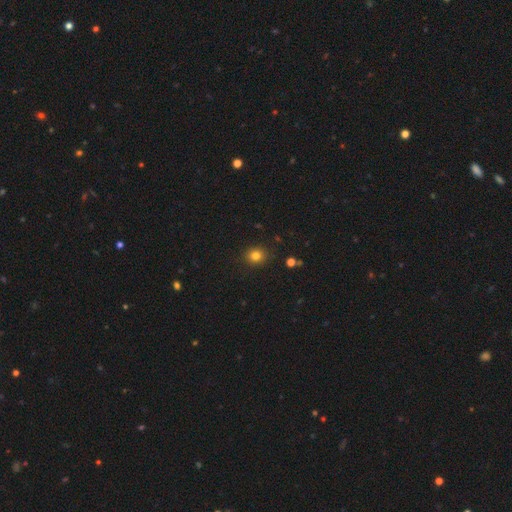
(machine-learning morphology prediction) Smooth or featured?
  - smooth: 81% *
  - star or artifact: 14%
  - featured or disk: 5%
How rounded?
  - round: 79% *
  - in between: 20%
  - cigar-shaped: 1%
Merging?
  - none: 89% *
  - minor disturbance: 7%
  - major disturbance: 2%
  - merger: 1%